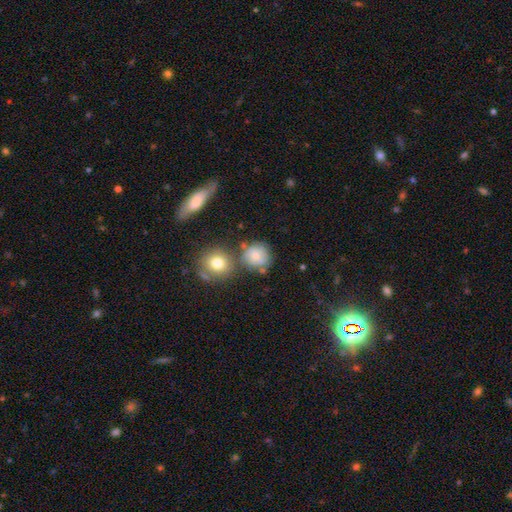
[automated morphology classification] smooth 72%, featured or disk 16%, star or artifact 12%. Down the decision tree: how rounded — round (88%); merging — none (59%).